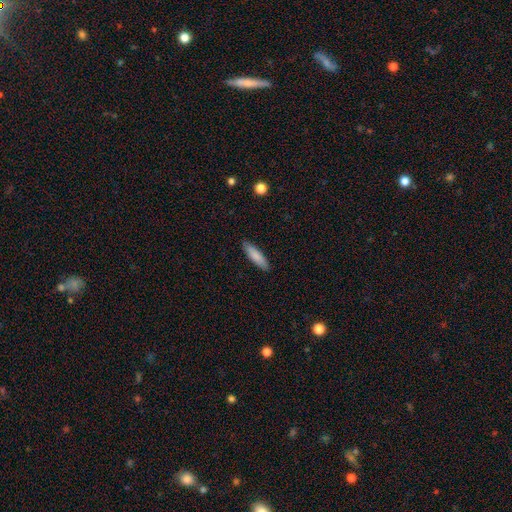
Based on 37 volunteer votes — A smooth galaxy with no disk features (92%) that is cigar-shaped (65%).

Vote fractions:
- Smooth or featured? smooth: 92% / featured or disk: 8% / star or artifact: 0%
- How rounded? cigar-shaped: 65% / in between: 35% / round: 0%
- Merging? none: 97% / minor disturbance: 3% / major disturbance: 0% / merger: 0%